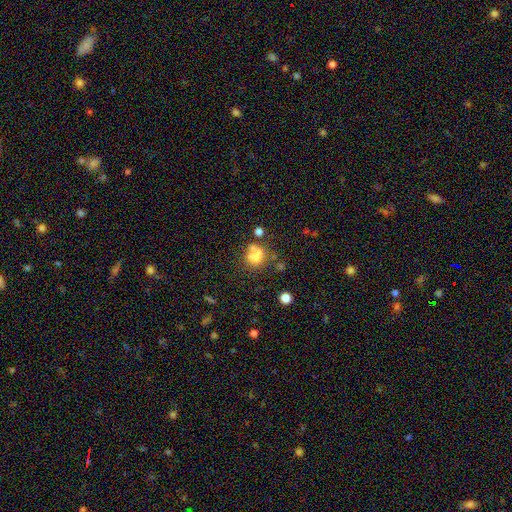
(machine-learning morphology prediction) A smooth galaxy with no disk features (58%) that is round (59%). Merging: merger (34%).